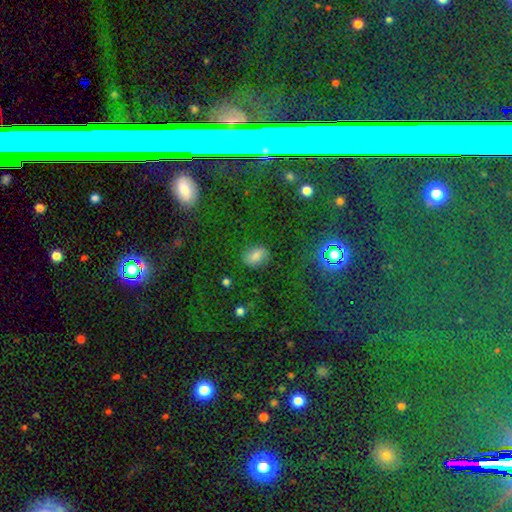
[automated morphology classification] Overall: smooth (67%). How rounded: in between (73%). Merging: none (79%).